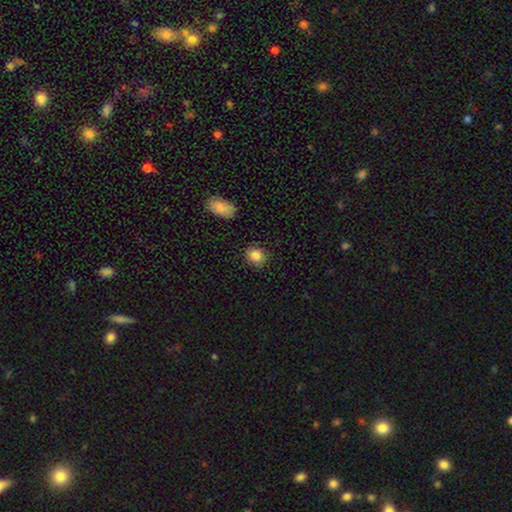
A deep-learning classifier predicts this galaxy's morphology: type=smooth (86%); roundness=round (69%); merging=none (86%).